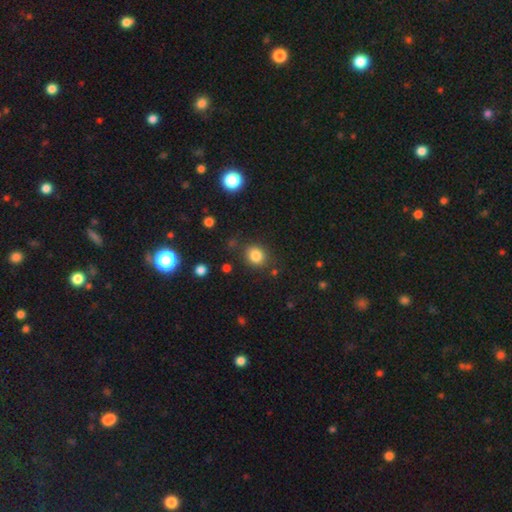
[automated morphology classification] Smooth or featured? smooth (83%)
How rounded? round (66%)
Merging? none (82%)